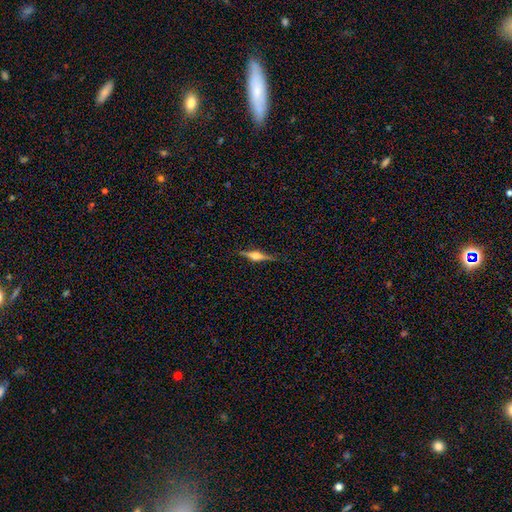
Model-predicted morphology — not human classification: A featured or disk galaxy (73%) viewed edge-on (98%) with a rounded central bulge (88%). Merging: none (87%).